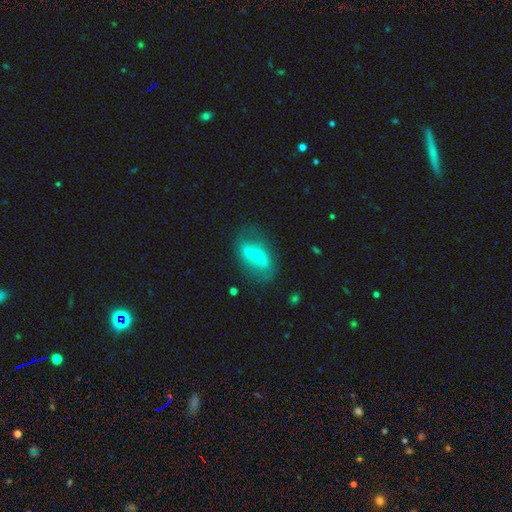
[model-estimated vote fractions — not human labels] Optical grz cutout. It shows a featured or disk galaxy (56%) with no bar (41%), spiral arms (72%) and a small central bulge (54%). Merging: none (66%).